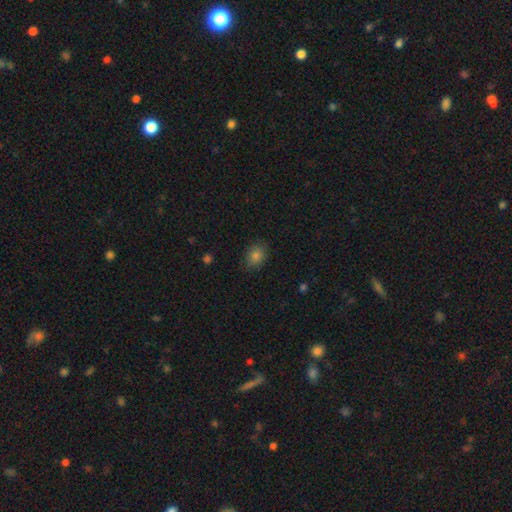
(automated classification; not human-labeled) This is clearly a smooth galaxy (80%). How rounded: likely in between (62%). Merging: clearly none (83%).